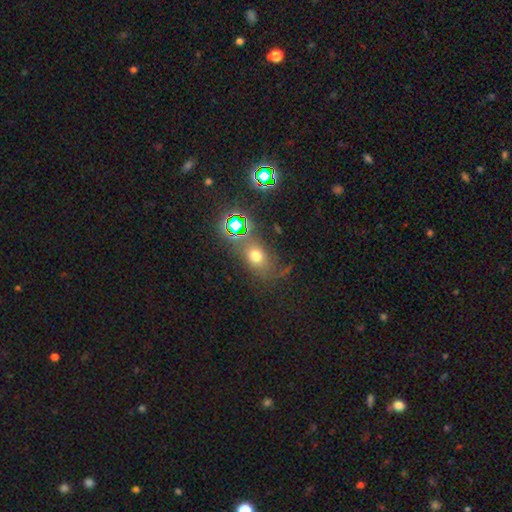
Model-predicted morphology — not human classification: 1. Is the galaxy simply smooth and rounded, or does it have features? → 58% smooth, 27% star or artifact, 15% featured or disk.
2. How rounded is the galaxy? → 53% in between, 44% round, 3% cigar-shaped.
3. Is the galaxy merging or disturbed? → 60% none, 17% minor disturbance, 14% major disturbance, 9% merger.